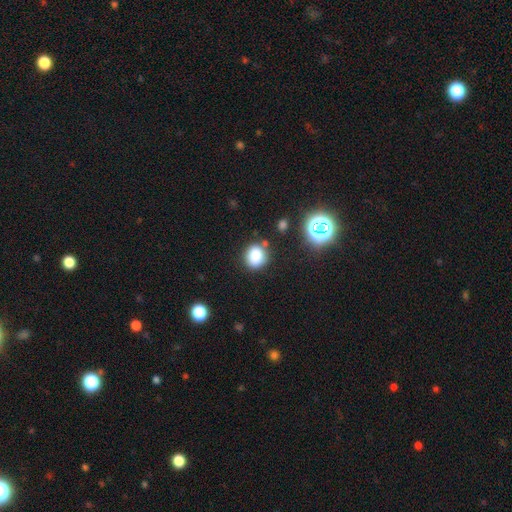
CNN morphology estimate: This appears to be a smooth galaxy with no disk features (82%) that is round (68%). Merging: none (77%).